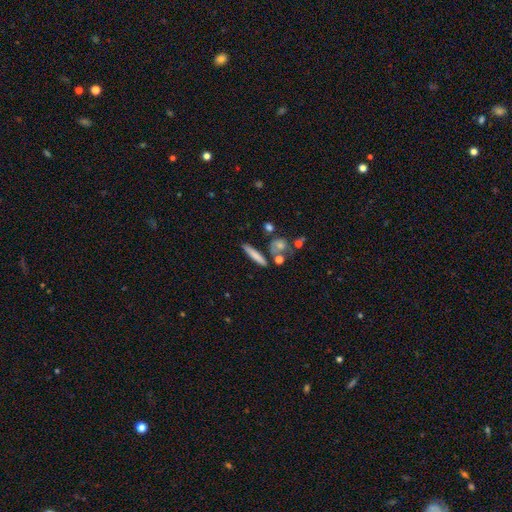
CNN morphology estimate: Smooth or featured?
  - smooth: 71% *
  - featured or disk: 21%
  - star or artifact: 8%
How rounded?
  - cigar-shaped: 86% *
  - in between: 11%
  - round: 4%
Merging?
  - none: 72% *
  - minor disturbance: 13%
  - merger: 11%
  - major disturbance: 4%